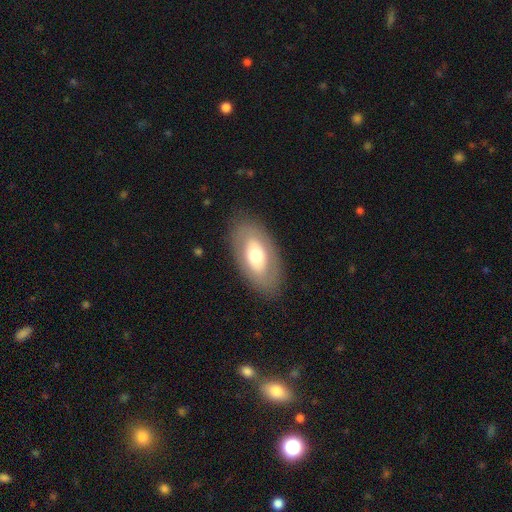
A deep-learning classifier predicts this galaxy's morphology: smooth-or-featured: smooth: 53% | featured or disk: 41% | star or artifact: 6%
  how-rounded: in between: 92% | round: 6% | cigar-shaped: 2%
  merging: none: 83% | minor disturbance: 11% | major disturbance: 5% | merger: 1%